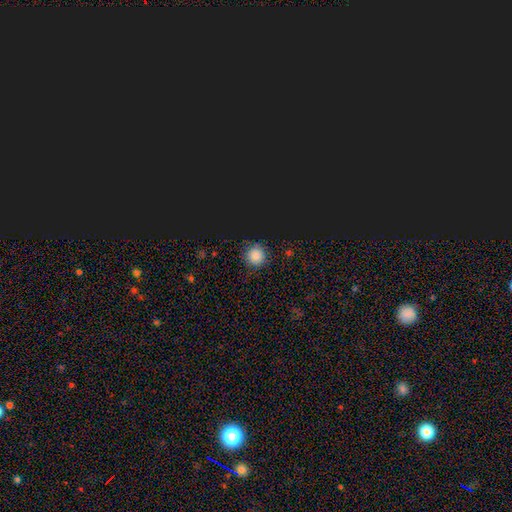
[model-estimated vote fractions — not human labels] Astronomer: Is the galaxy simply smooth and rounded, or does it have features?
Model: smooth — 76%.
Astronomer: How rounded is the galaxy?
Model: round — 94%.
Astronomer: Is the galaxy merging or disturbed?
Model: none — 87%.